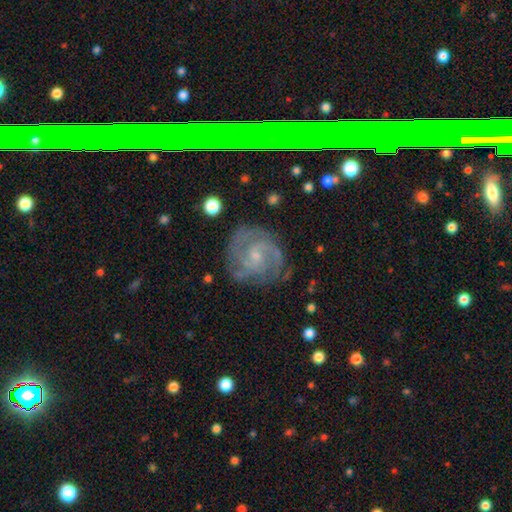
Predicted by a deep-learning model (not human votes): Morphology: type=featured or disk (80%); edge-on=no (97%); bar=no (55%); spiral arms=yes (94%); winding=tight (50%); arm count=2 (35%); bulge=small (67%); merging=none (74%).